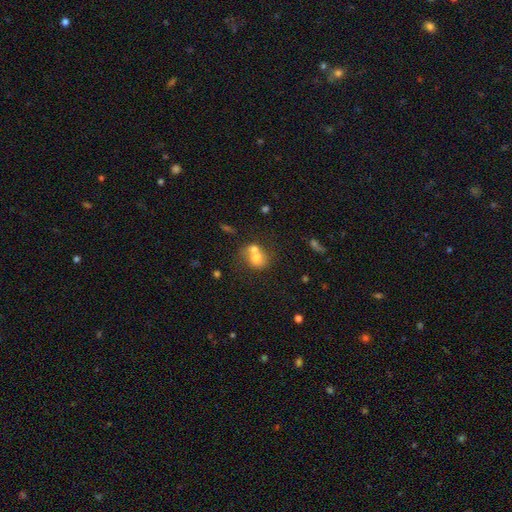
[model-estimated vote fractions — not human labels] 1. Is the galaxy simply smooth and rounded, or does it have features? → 66% smooth, 23% featured or disk, 10% star or artifact.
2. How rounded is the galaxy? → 58% round, 41% in between, 1% cigar-shaped.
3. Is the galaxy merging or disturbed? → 58% merger, 27% none, 10% minor disturbance, 5% major disturbance.